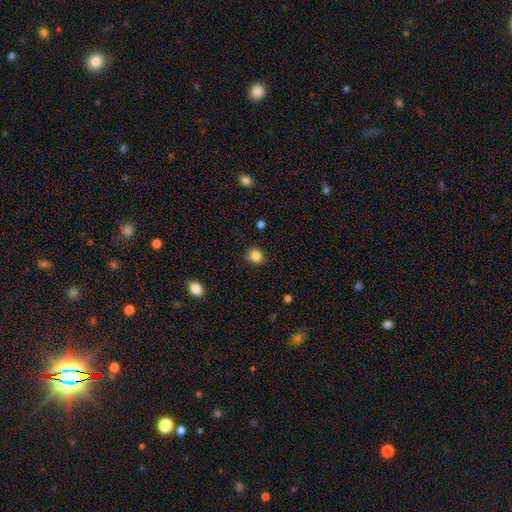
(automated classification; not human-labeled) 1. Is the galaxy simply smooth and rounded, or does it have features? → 85% smooth, 11% star or artifact, 4% featured or disk.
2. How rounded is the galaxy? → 79% round, 20% in between, 1% cigar-shaped.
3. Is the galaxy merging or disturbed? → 84% none, 12% minor disturbance, 3% major disturbance, 2% merger.